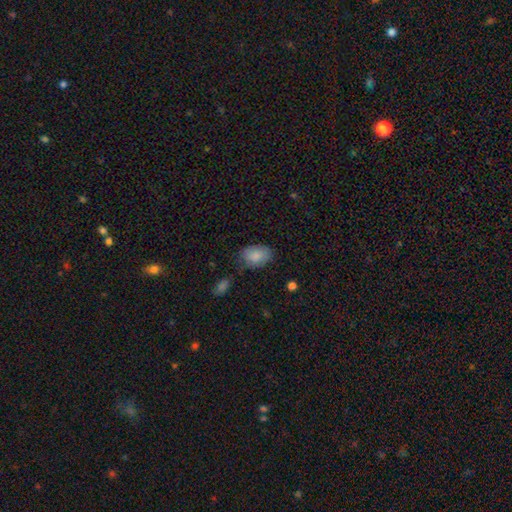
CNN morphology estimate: This is clearly a smooth galaxy (85%). How rounded: clearly in between (86%). Merging: likely none (67%).